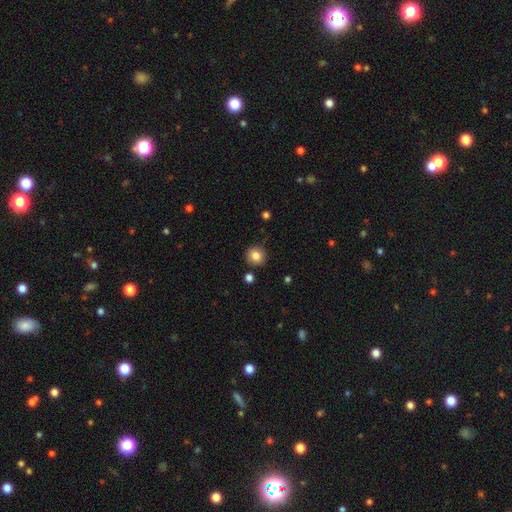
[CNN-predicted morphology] Smooth or featured? Predicted: smooth (p=0.84). How rounded? Predicted: round (p=0.91). Merging? Predicted: none (p=0.86).